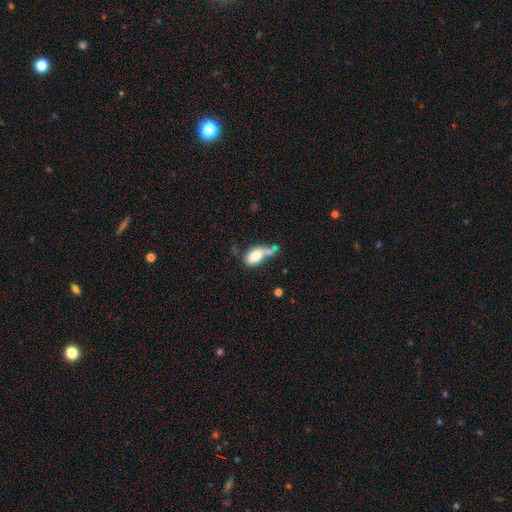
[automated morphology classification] Smooth or featured?
  - smooth: 74% *
  - featured or disk: 18%
  - star or artifact: 8%
How rounded?
  - in between: 85% *
  - cigar-shaped: 8%
  - round: 7%
Merging?
  - merger: 32% *
  - none: 25%
  - minor disturbance: 23%
  - major disturbance: 19%